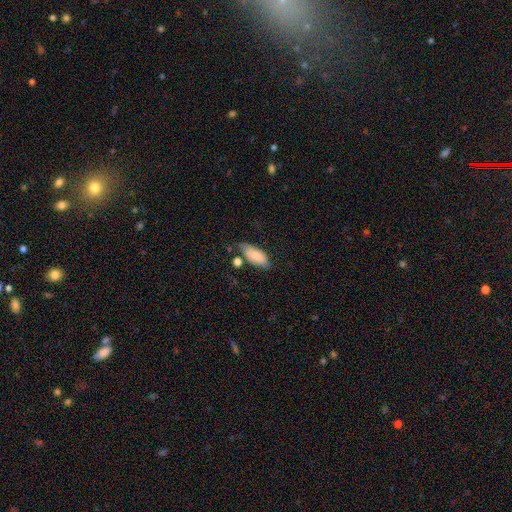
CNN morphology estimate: type=smooth (75%); roundness=in between (84%); merging=none (62%).